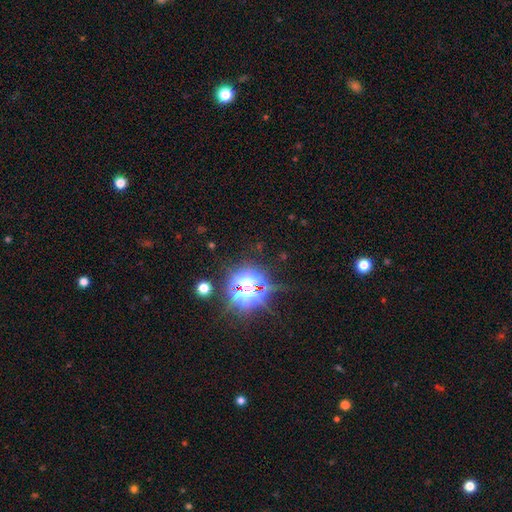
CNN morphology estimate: Smooth or featured? Predicted: star or artifact (p=0.82).